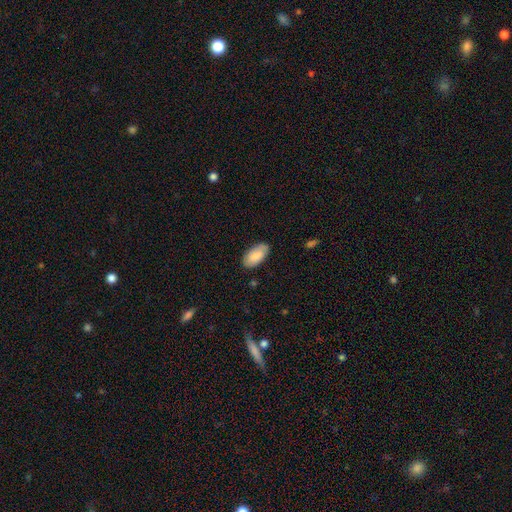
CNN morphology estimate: Smooth or featured: smooth — 85% (featured or disk — 10%)
How rounded: in between — 95% (cigar-shaped — 3%)
Merging: none — 84% (minor disturbance — 12%)